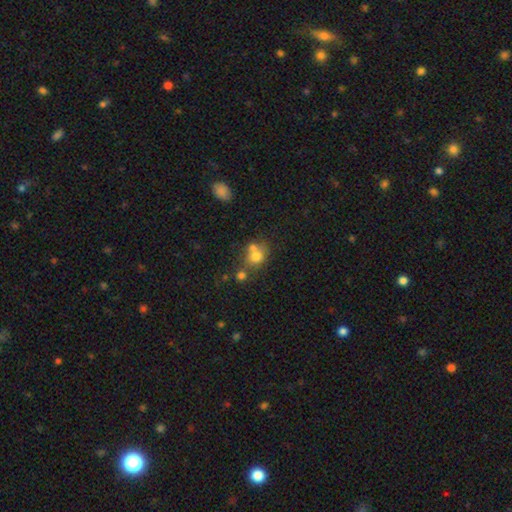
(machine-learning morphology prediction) A smooth galaxy with no disk features (70%) that is round (68%). Merging: merger (42%).